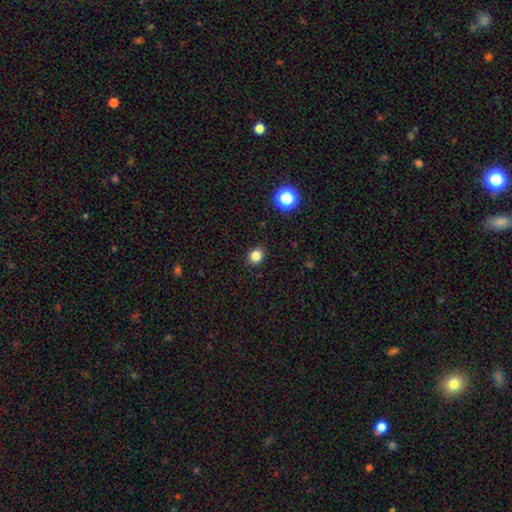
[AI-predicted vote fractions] Smooth or featured?
  - smooth: 83% *
  - star or artifact: 13%
  - featured or disk: 4%
How rounded?
  - round: 75% *
  - in between: 25%
  - cigar-shaped: 1%
Merging?
  - none: 89% *
  - minor disturbance: 8%
  - major disturbance: 2%
  - merger: 1%